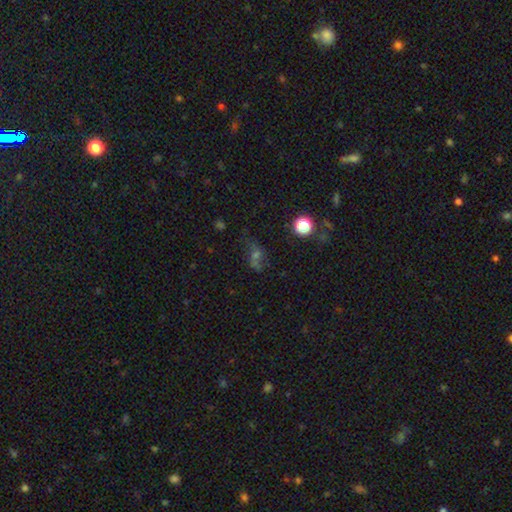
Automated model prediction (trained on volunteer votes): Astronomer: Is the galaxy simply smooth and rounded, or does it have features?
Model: smooth — 38% (runner-up: star or artifact, 36%).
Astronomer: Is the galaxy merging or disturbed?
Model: none — 51%.